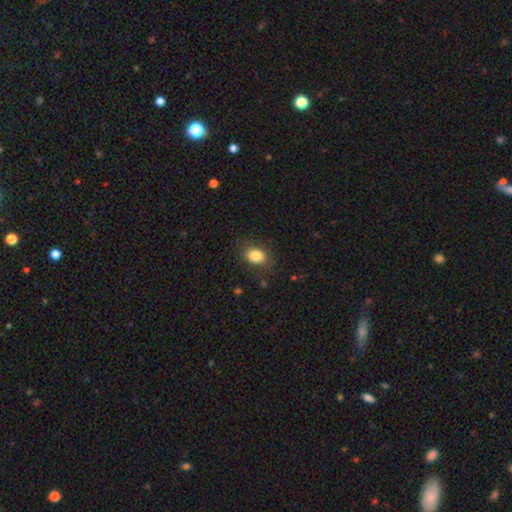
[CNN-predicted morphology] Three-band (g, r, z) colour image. It shows a smooth galaxy with no disk features (84%) that is in between round and cigar-shaped (71%). Merging: none (80%).